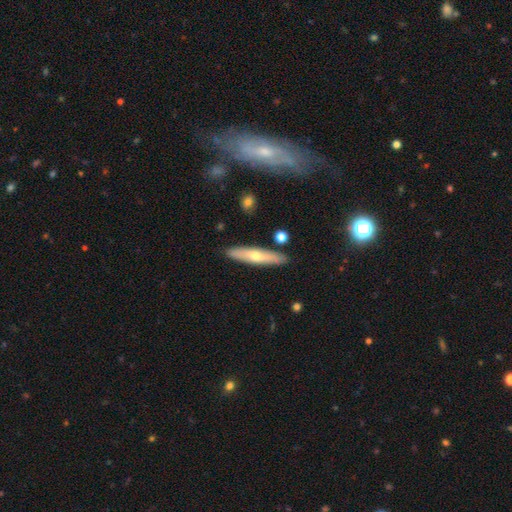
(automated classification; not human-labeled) Smooth or featured?
  - smooth: 51% *
  - featured or disk: 43%
  - star or artifact: 6%
How rounded?
  - cigar-shaped: 85% *
  - in between: 13%
  - round: 2%
Merging?
  - none: 88% *
  - minor disturbance: 8%
  - merger: 2%
  - major disturbance: 2%